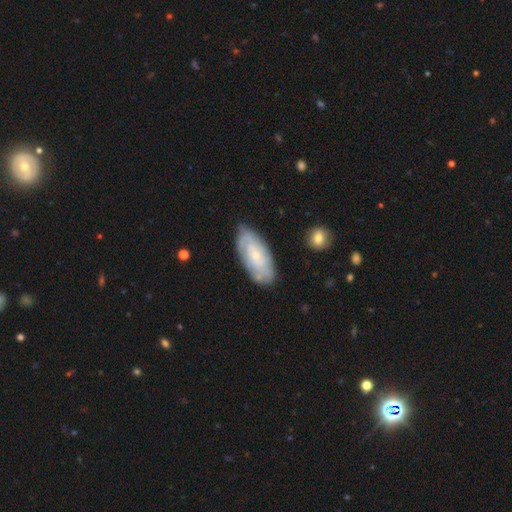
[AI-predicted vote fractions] Q: Smooth or featured?
A: featured or disk (59%); runner-up: smooth (35%)
Q: Edge-on disk?
A: no (91%); runner-up: yes (9%)
Q: Bar?
A: no (74%); runner-up: weak (22%)
Q: Spiral arms?
A: yes (79%); runner-up: no (21%)
Q: Bulge size?
A: small (74%); runner-up: moderate (21%)
Q: Merging?
A: none (78%); runner-up: minor disturbance (17%)